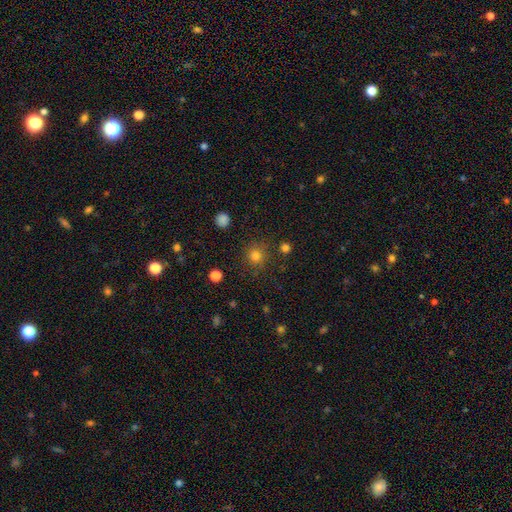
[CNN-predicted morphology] smooth 80%, star or artifact 15%, featured or disk 5%. Down the decision tree: how rounded — round (92%); merging — none (84%).